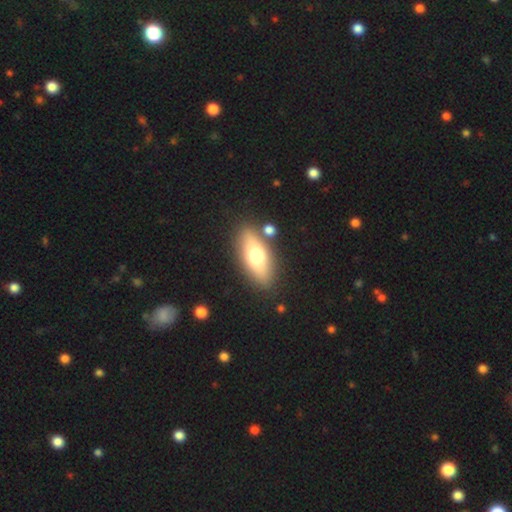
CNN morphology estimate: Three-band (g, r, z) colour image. It shows a smooth galaxy with no disk features (63%) that is in between round and cigar-shaped (73%). Merging: none (82%).